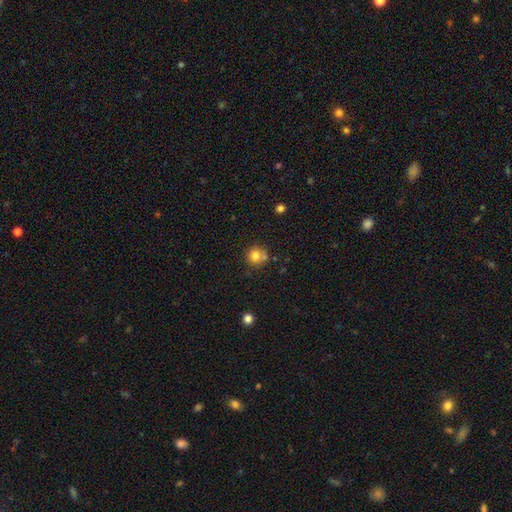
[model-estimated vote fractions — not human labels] Smooth or featured?
  - smooth: 79% *
  - star or artifact: 11%
  - featured or disk: 9%
How rounded?
  - round: 89% *
  - in between: 10%
  - cigar-shaped: 1%
Merging?
  - none: 65% *
  - minor disturbance: 15%
  - merger: 15%
  - major disturbance: 4%